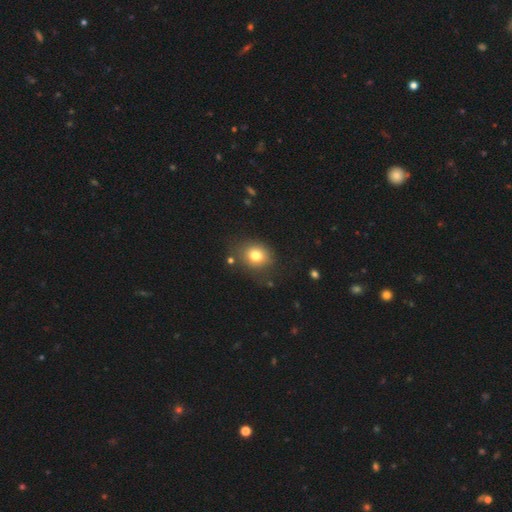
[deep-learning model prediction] Smooth or featured? Predicted: smooth (p=0.78). How rounded? Predicted: round (p=0.63). Merging? Predicted: none (p=0.77).